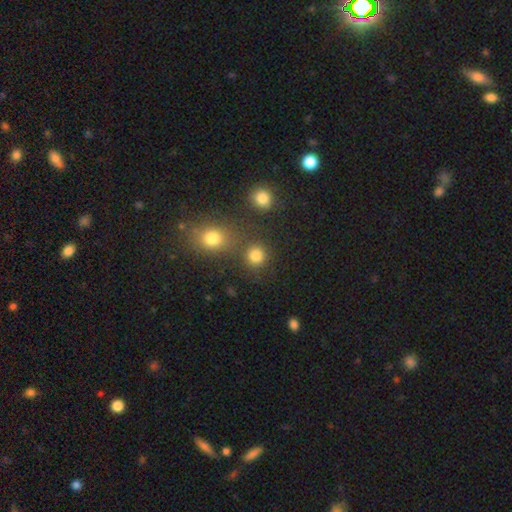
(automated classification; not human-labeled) The model was most divided on "merging": none: 76%, merger: 13%, minor disturbance: 8%, major disturbance: 4%. More confident: how rounded — round (89%); smooth or featured — smooth (81%).